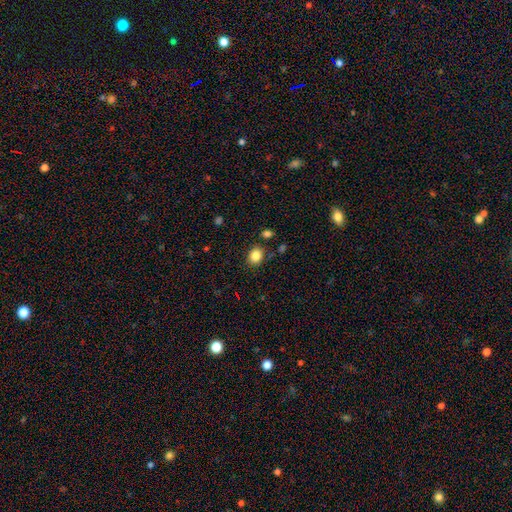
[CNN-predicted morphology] The model was most divided on "how rounded": round: 60%, in between: 39%, cigar-shaped: 1%. More confident: merging — none (84%); smooth or featured — smooth (84%).